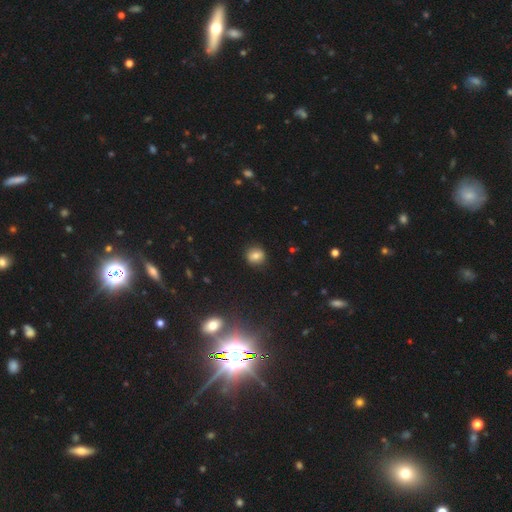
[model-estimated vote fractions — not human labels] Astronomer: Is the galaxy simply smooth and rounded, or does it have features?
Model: smooth — 74%.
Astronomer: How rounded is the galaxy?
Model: round — 78%.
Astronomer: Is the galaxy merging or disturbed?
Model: none — 87%.